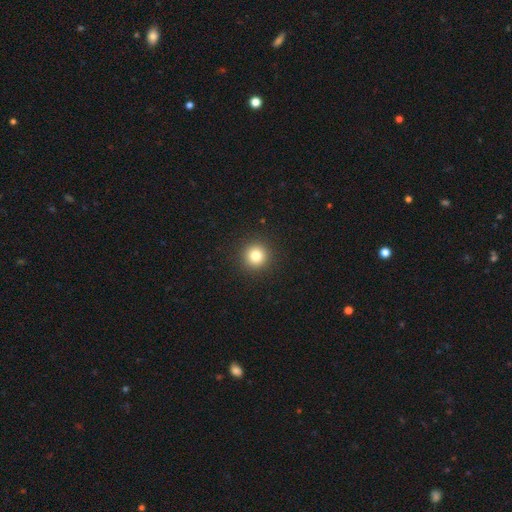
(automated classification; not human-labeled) Morphology: type=smooth (81%); roundness=round (95%); merging=none (93%).